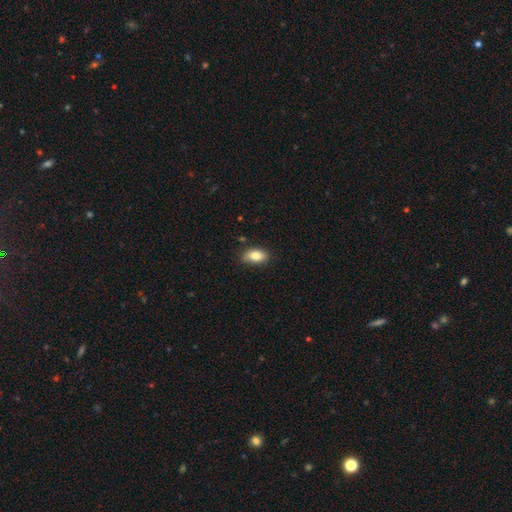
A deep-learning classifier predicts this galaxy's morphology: This is clearly a smooth galaxy (83%). How rounded: clearly in between (90%). Merging: clearly none (83%).